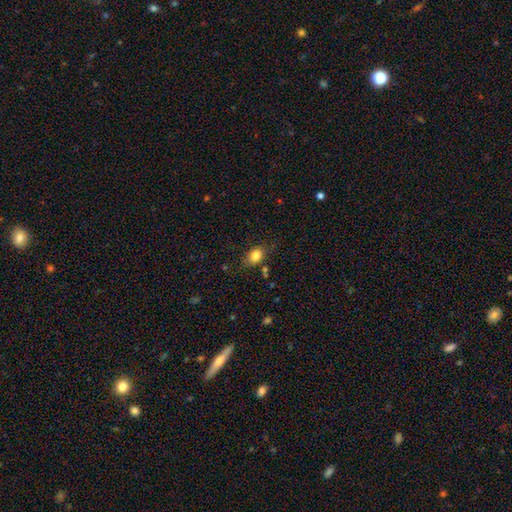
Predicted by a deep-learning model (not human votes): Smooth or featured: smooth — 84% (star or artifact — 9%)
How rounded: in between — 70% (round — 28%)
Merging: none — 75% (minor disturbance — 18%)